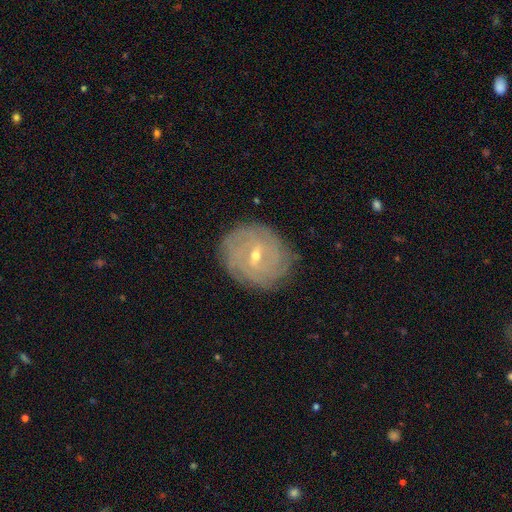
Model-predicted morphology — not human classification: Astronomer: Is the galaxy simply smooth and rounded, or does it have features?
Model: featured or disk — 81%.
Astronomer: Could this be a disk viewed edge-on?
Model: no — 96%.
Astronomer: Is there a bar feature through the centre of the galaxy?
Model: weak — 61%.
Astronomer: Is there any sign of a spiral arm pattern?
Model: yes — 92%.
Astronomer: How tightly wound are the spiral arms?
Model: tight — 80%.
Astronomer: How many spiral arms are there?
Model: can't tell — 45%.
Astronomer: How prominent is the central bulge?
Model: small — 58% (runner-up: moderate, 40%).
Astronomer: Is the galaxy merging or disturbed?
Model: none — 83%.